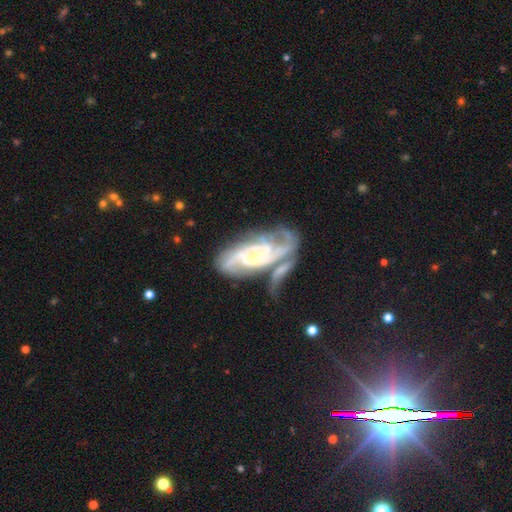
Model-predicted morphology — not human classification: Overall: featured or disk (86%). Edge-on disk: no (94%). Bar: no (55%; weak 32%). Spiral arms: yes (97%). Spiral arm count: 2 (42%; 3 23%). Spiral winding: tight (55%; medium 36%). Bulge size: small (72%). Merging: none (45%; merger 22%).